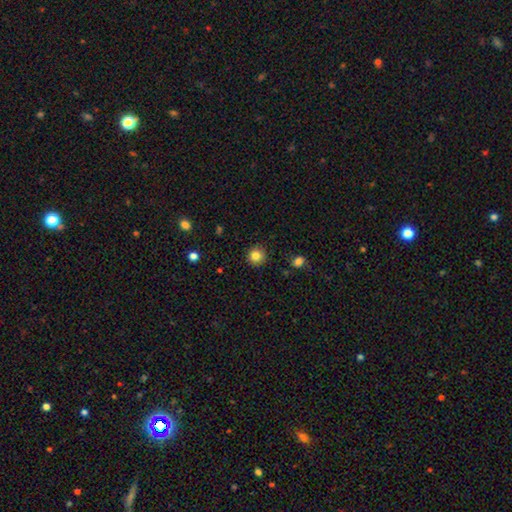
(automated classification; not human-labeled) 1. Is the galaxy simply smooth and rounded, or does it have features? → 83% smooth, 11% star or artifact, 6% featured or disk.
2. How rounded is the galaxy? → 93% round, 6% in between, 1% cigar-shaped.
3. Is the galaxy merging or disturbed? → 90% none, 7% minor disturbance, 2% major disturbance, 1% merger.